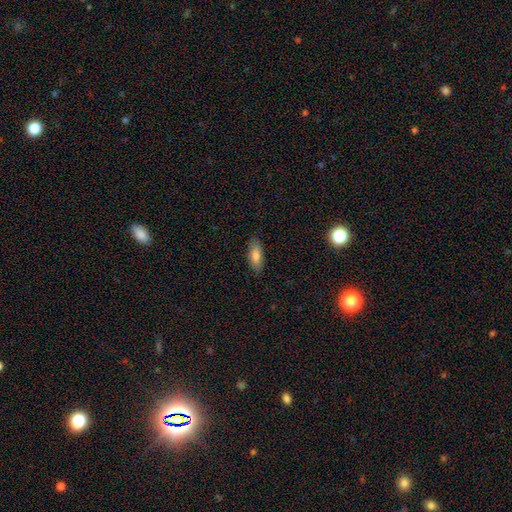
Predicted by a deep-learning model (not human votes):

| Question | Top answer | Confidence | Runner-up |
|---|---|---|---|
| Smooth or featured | smooth | 80% | featured or disk (13%) |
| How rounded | in between | 77% | cigar-shaped (21%) |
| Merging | none | 86% | minor disturbance (11%) |